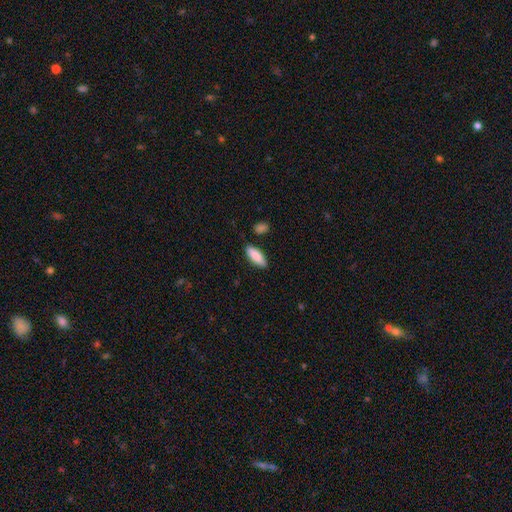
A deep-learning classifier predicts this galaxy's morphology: This appears to be a smooth galaxy with no disk features (86%) that is in between round and cigar-shaped (69%). Merging: none (85%).